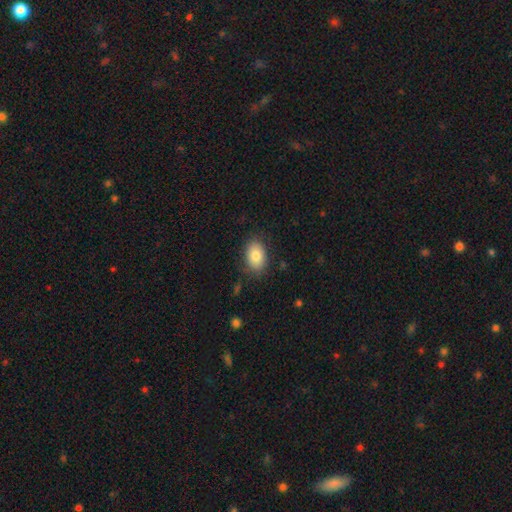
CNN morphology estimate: Overall: smooth (83%). How rounded: in between (86%). Merging: none (83%).